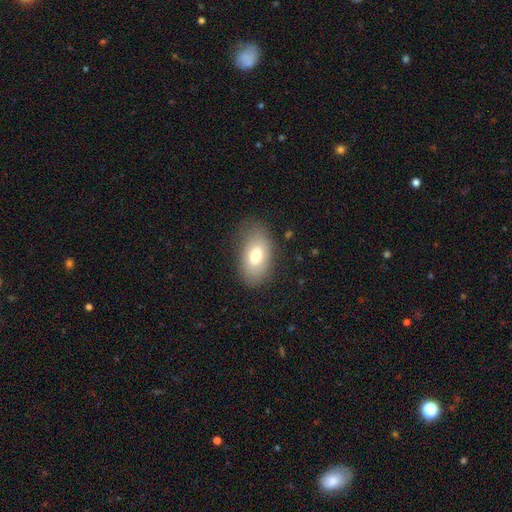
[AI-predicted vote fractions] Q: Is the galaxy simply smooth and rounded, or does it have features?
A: smooth — 74%.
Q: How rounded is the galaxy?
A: in between — 90%.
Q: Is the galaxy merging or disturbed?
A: none — 78%.